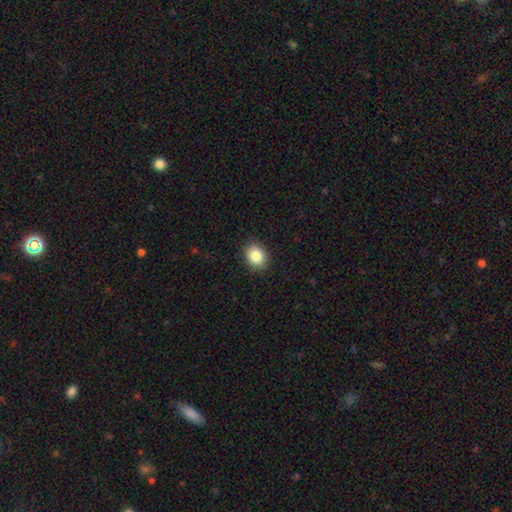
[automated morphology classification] type=smooth (85%); roundness=in between (53%); merging=none (90%).